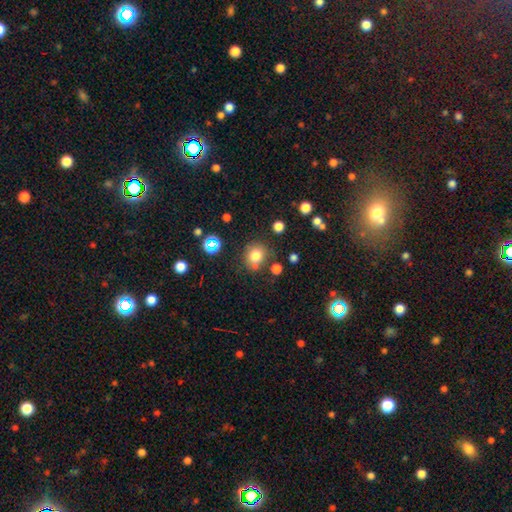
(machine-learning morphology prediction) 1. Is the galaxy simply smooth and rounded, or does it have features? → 77% smooth, 14% star or artifact, 8% featured or disk.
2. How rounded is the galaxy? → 80% round, 20% in between, 1% cigar-shaped.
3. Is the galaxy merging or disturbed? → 71% none, 15% minor disturbance, 9% merger, 5% major disturbance.